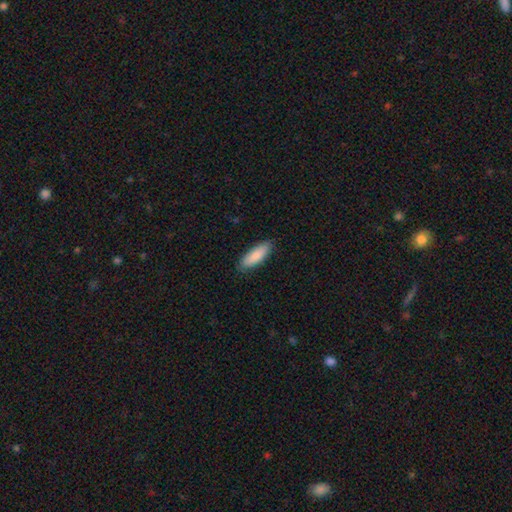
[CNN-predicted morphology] smooth-or-featured: smooth: 87% | featured or disk: 8% | star or artifact: 5%
  how-rounded: in between: 57% | cigar-shaped: 41% | round: 2%
  merging: none: 85% | minor disturbance: 12% | major disturbance: 2% | merger: 1%